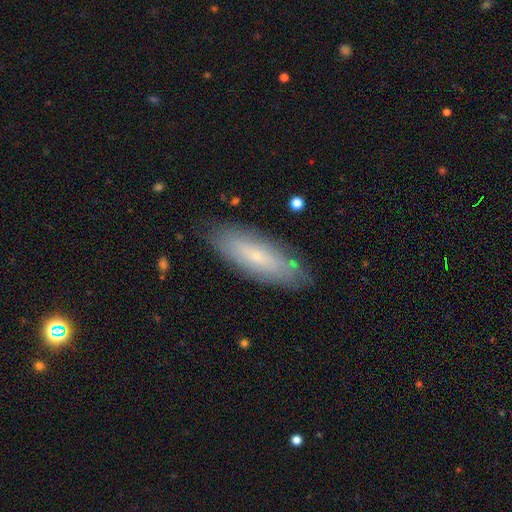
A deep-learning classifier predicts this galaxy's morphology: smooth 50%, featured or disk 43%, star or artifact 7%. Down the decision tree: merging — none (81%).